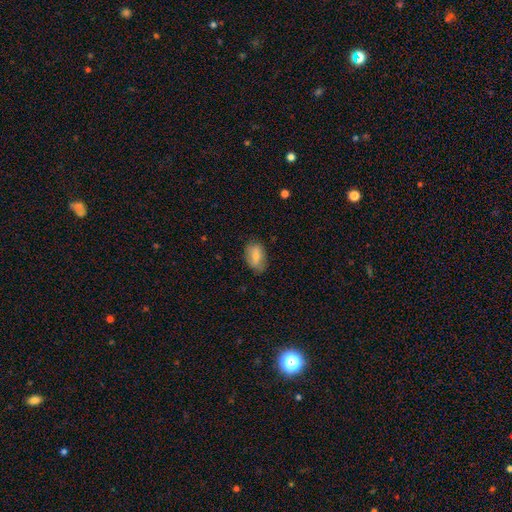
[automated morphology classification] smooth 71%, featured or disk 21%, star or artifact 7%. Down the decision tree: how rounded — in between (87%); merging — none (72%).